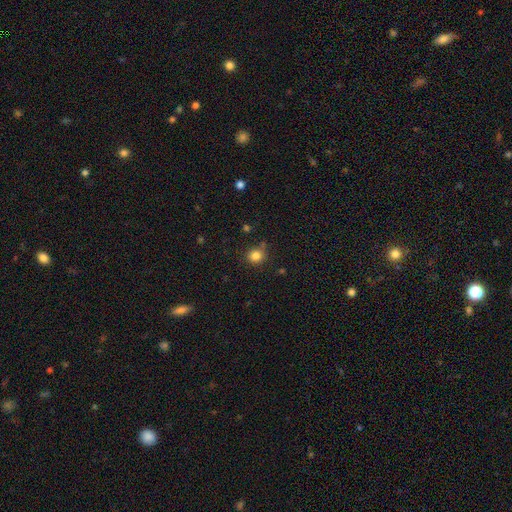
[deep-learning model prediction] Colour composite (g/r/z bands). It shows a smooth galaxy with no disk features (83%) that is round (83%). Merging: none (78%).